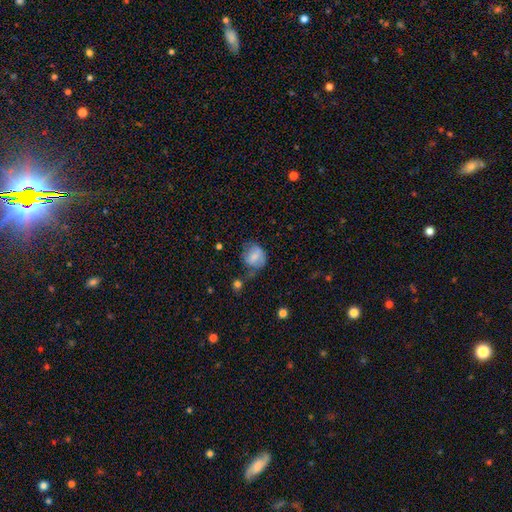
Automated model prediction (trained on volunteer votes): A smooth galaxy with no disk features (69%) that is round (68%). Merging: none (46%).